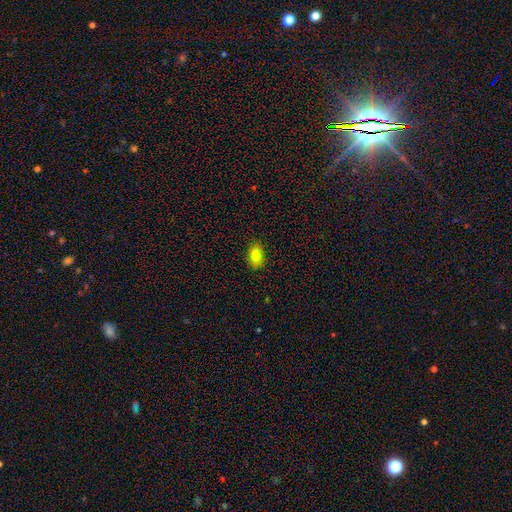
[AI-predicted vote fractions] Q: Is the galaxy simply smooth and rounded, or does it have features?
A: smooth — 82%.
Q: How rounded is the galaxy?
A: in between — 86%.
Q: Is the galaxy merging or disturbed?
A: none — 86%.